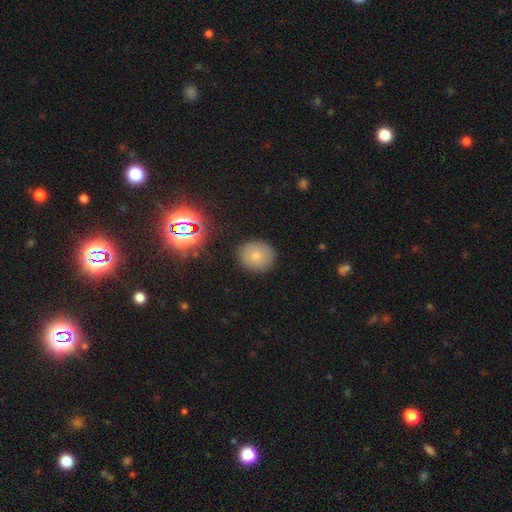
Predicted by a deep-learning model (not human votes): A smooth galaxy with no disk features (75%) that is round (74%). Merging: none (86%).